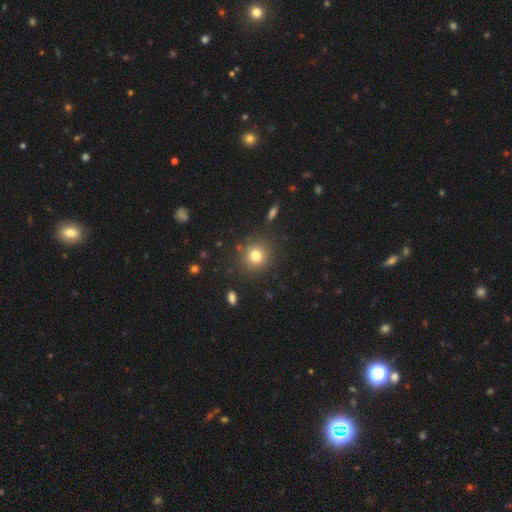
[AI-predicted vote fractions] Smooth or featured? Predicted: smooth (p=0.79). How rounded? Predicted: round (p=0.89). Merging? Predicted: none (p=0.86).